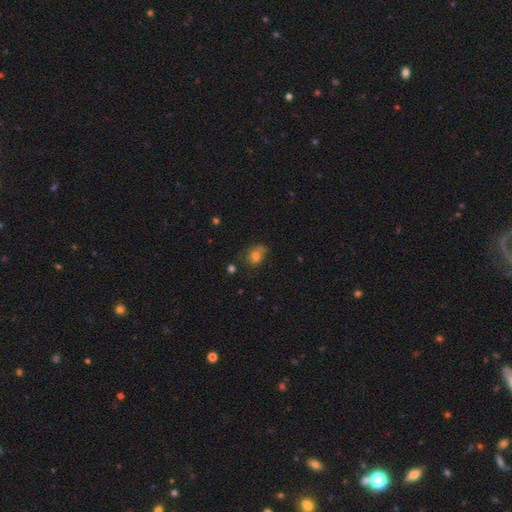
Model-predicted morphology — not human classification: smooth 73%, featured or disk 14%, star or artifact 13%. Down the decision tree: how rounded — in between (55%); merging — none (50%).